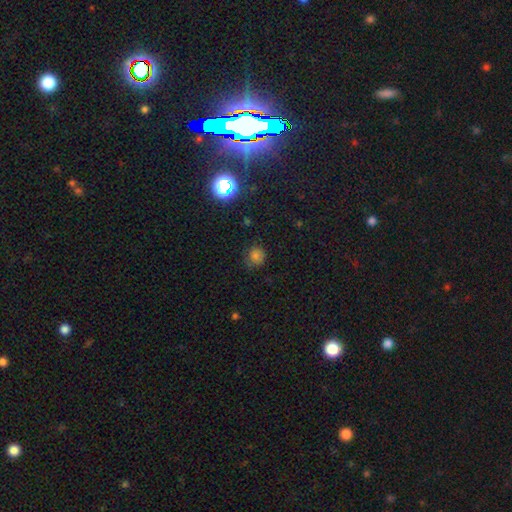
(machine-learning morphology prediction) Smooth or featured?
  - smooth: 75% *
  - star or artifact: 19%
  - featured or disk: 6%
How rounded?
  - round: 81% *
  - in between: 18%
  - cigar-shaped: 1%
Merging?
  - none: 71% *
  - minor disturbance: 21%
  - major disturbance: 6%
  - merger: 2%